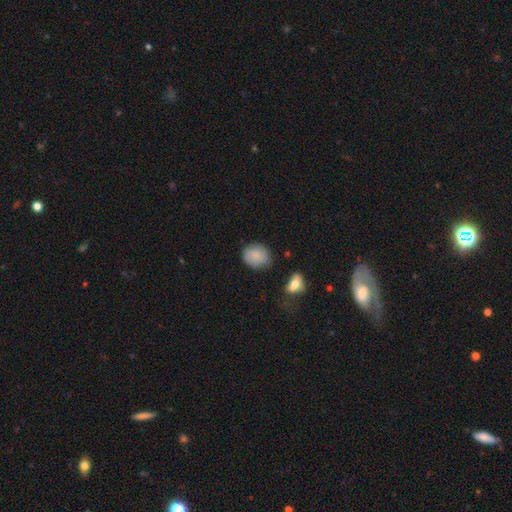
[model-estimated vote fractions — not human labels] Smooth or featured?
  - smooth: 86% *
  - star or artifact: 7%
  - featured or disk: 7%
How rounded?
  - round: 67% *
  - in between: 32%
  - cigar-shaped: 1%
Merging?
  - none: 76% *
  - minor disturbance: 17%
  - major disturbance: 4%
  - merger: 3%